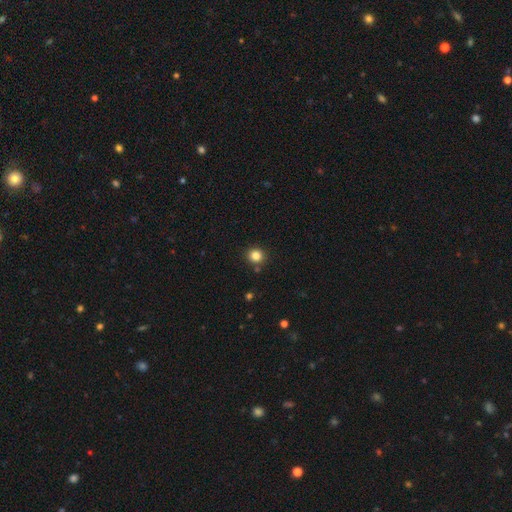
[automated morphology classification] This is clearly a smooth galaxy (83%). How rounded: clearly round (91%). Merging: clearly none (86%).